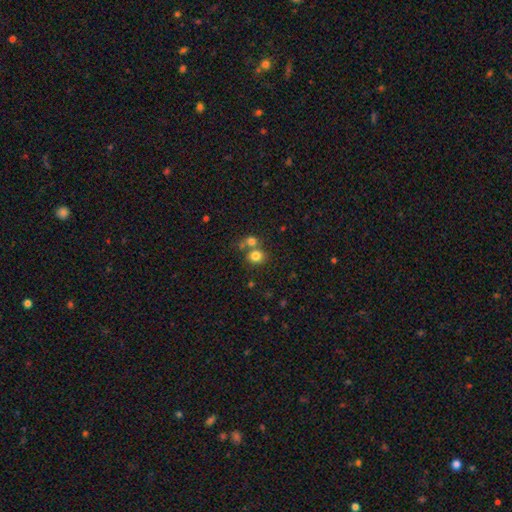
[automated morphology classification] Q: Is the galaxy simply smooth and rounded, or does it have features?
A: smooth — 79%.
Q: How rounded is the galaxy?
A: round — 75%.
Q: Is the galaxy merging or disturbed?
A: none — 51%.